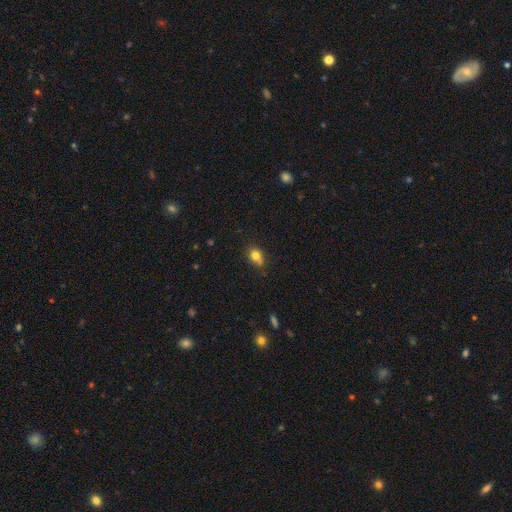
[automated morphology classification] The model was most divided on "how rounded": round: 51%, in between: 47%, cigar-shaped: 1%. More confident: smooth or featured — smooth (78%); merging — none (65%).